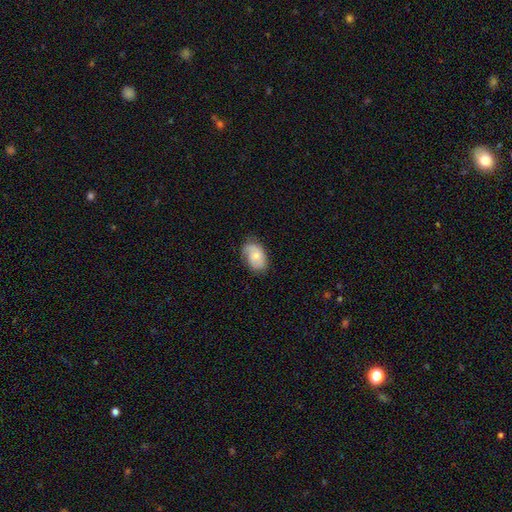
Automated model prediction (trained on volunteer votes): smooth_or_featured: smooth (p=0.55) [alt: featured or disk p=0.38]
how_rounded: in between (p=0.85) [alt: round p=0.14]
merging: none (p=0.64) [alt: minor disturbance p=0.26]